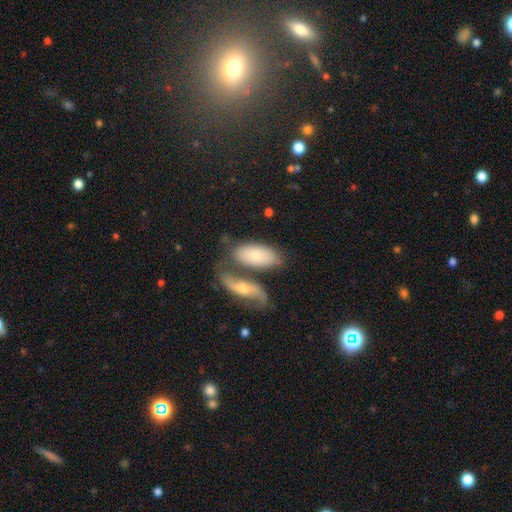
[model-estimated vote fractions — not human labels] This appears to be a smooth galaxy with no disk features (64%) that is in between round and cigar-shaped (90%). Merging: none (43%).